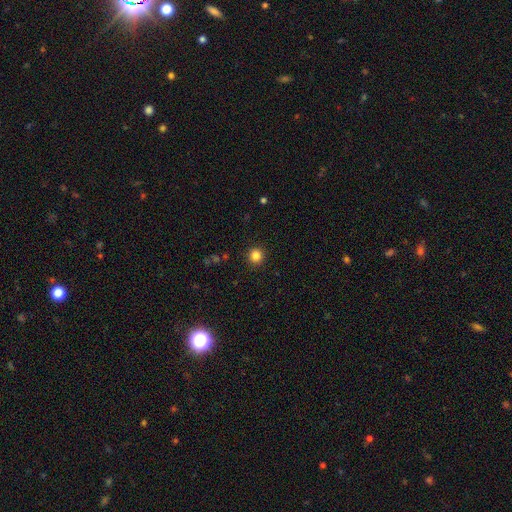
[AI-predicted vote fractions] smooth-or-featured: smooth: 84% | star or artifact: 12% | featured or disk: 4%
  how-rounded: round: 94% | in between: 5% | cigar-shaped: 1%
  merging: none: 92% | minor disturbance: 5% | major disturbance: 2% | merger: 1%